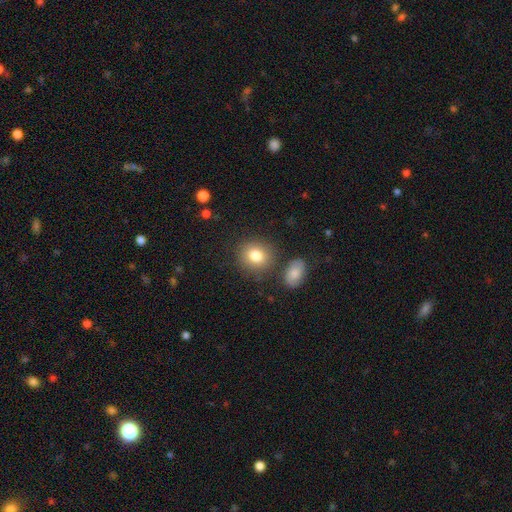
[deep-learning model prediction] Smooth or featured? smooth (82%)
How rounded? round (75%)
Merging? none (79%)